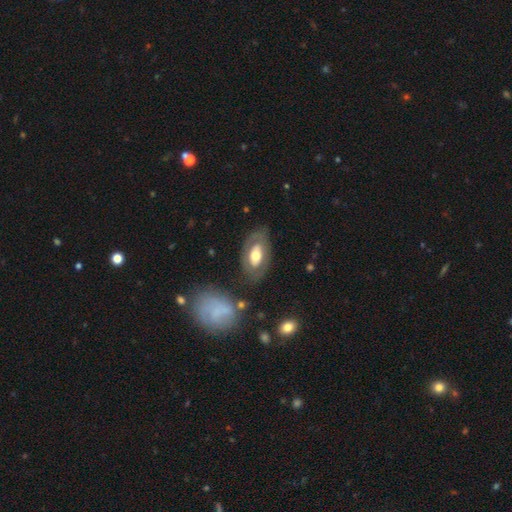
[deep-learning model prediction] Smooth or featured: featured or disk — 52% (smooth — 42%)
Edge-on disk: no — 89% (yes — 11%)
Merging: none — 76% (minor disturbance — 15%)